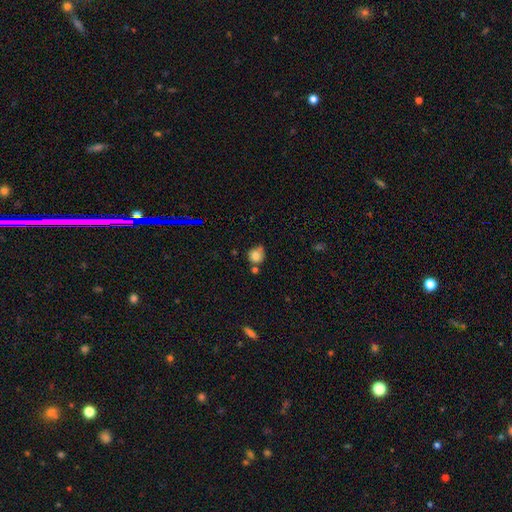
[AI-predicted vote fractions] smooth-or-featured: smooth: 77% | featured or disk: 12% | star or artifact: 11%
  how-rounded: round: 81% | in between: 18% | cigar-shaped: 1%
  merging: none: 55% | minor disturbance: 24% | merger: 15% | major disturbance: 6%